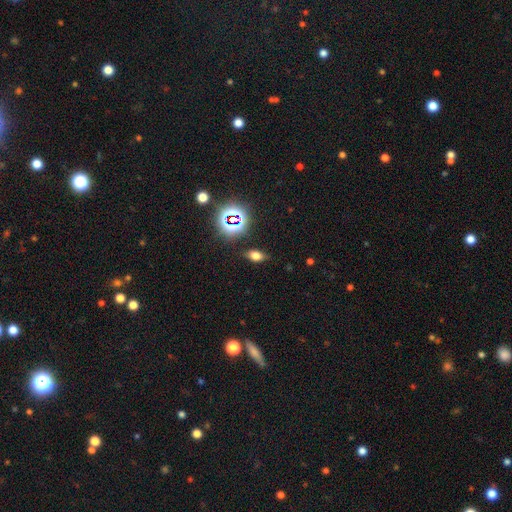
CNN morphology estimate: smooth-or-featured: smooth: 62% | star or artifact: 24% | featured or disk: 14%
  how-rounded: in between: 79% | round: 14% | cigar-shaped: 7%
  merging: none: 84% | minor disturbance: 11% | major disturbance: 3% | merger: 2%